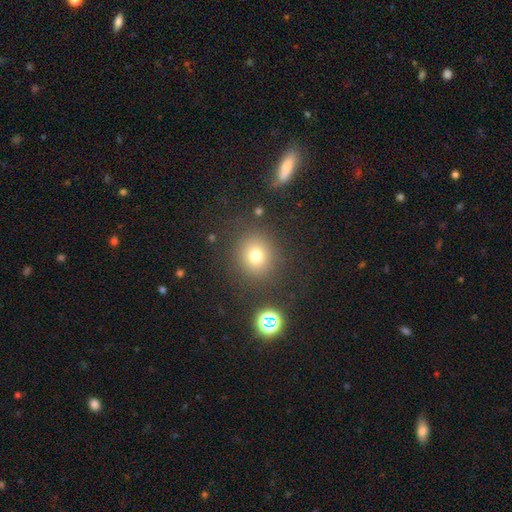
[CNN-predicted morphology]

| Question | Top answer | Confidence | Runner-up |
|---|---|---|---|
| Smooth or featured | smooth | 74% | star or artifact (18%) |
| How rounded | round | 86% | in between (13%) |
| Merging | none | 85% | minor disturbance (8%) |